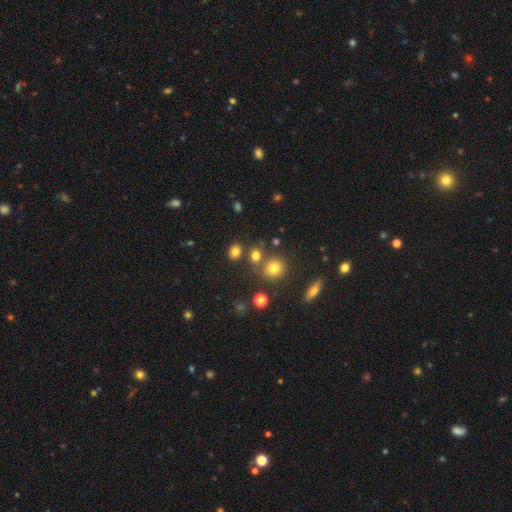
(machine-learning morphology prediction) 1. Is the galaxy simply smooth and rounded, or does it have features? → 76% smooth, 16% star or artifact, 8% featured or disk.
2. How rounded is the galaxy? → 67% round, 32% in between, 1% cigar-shaped.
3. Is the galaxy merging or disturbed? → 69% none, 16% merger, 10% minor disturbance, 4% major disturbance.